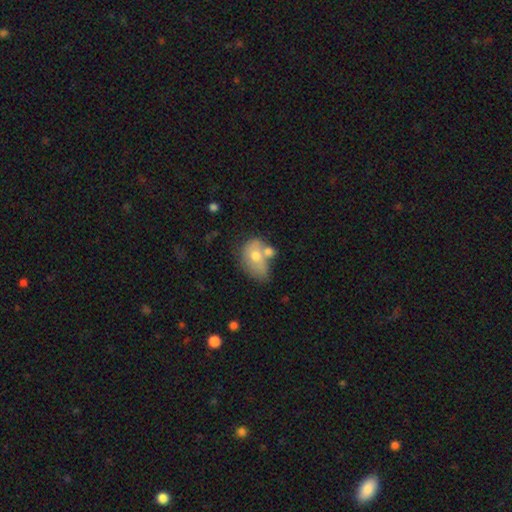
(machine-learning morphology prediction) This is likely a smooth galaxy (64%). How rounded: likely in between (75%). Merging: marginally merger (40%).